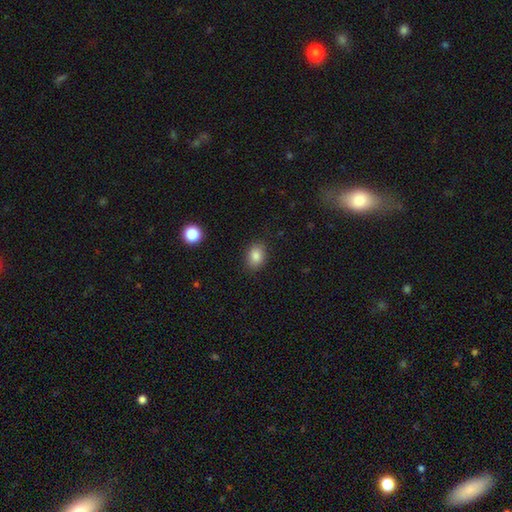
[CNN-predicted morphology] This is clearly a smooth galaxy (85%). How rounded: likely in between (68%). Merging: clearly none (86%).